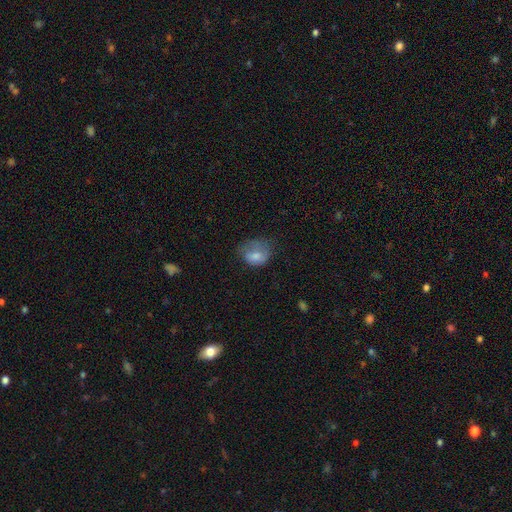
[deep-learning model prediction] Overall: smooth (72%). How rounded: in between (50%; round 49%). Merging: none (35%; minor disturbance 33%).